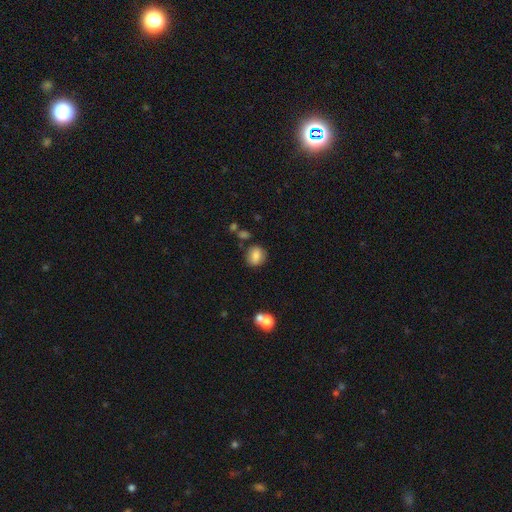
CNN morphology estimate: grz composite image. It shows a smooth galaxy with no disk features (82%) that is round (62%). Merging: none (79%).